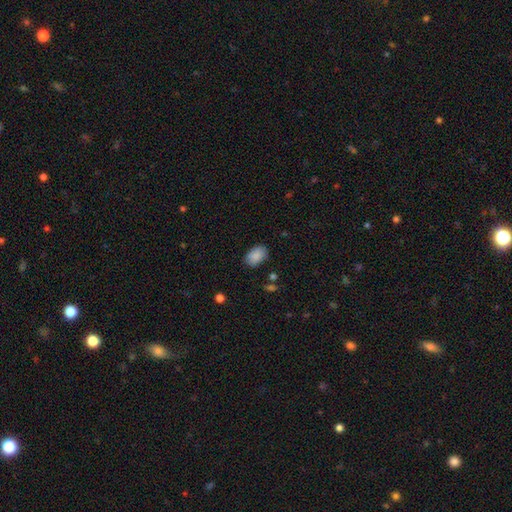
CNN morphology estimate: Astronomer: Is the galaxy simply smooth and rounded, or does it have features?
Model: smooth — 88%.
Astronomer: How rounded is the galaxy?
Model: in between — 87%.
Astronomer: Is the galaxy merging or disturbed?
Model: none — 81%.